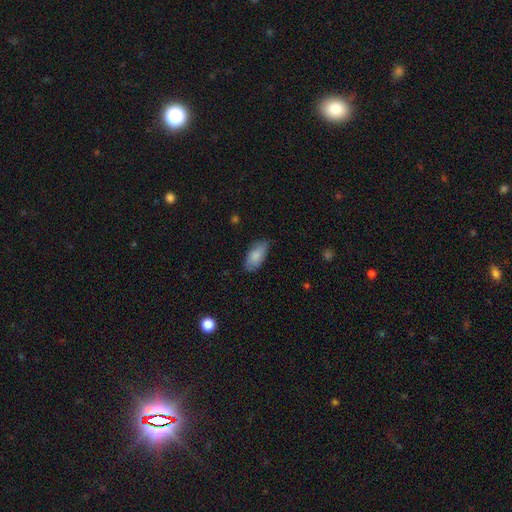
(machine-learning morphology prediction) Smooth or featured?
  - smooth: 82% *
  - featured or disk: 12%
  - star or artifact: 6%
How rounded?
  - in between: 92% *
  - cigar-shaped: 5%
  - round: 2%
Merging?
  - none: 75% *
  - minor disturbance: 21%
  - major disturbance: 3%
  - merger: 1%